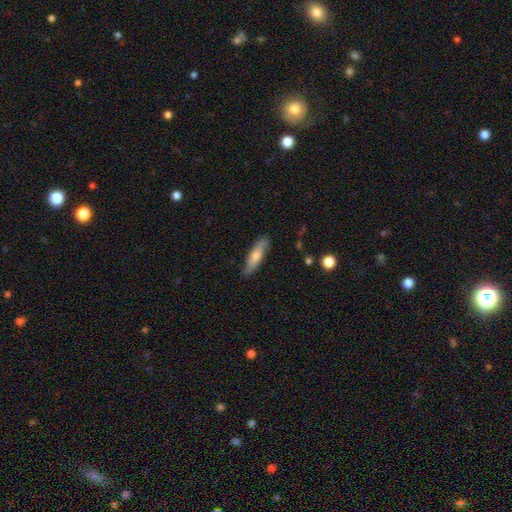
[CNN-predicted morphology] type=smooth (71%); roundness=cigar-shaped (67%); merging=none (82%).